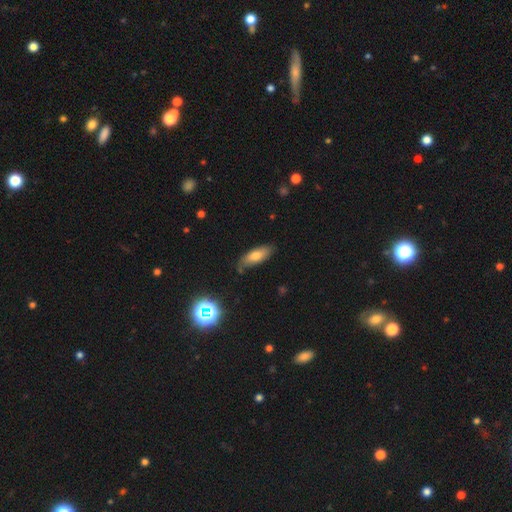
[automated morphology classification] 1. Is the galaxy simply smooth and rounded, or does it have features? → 69% smooth, 22% featured or disk, 10% star or artifact.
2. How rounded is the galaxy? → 69% in between, 28% cigar-shaped, 3% round.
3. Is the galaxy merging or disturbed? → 74% none, 20% minor disturbance, 4% major disturbance, 3% merger.